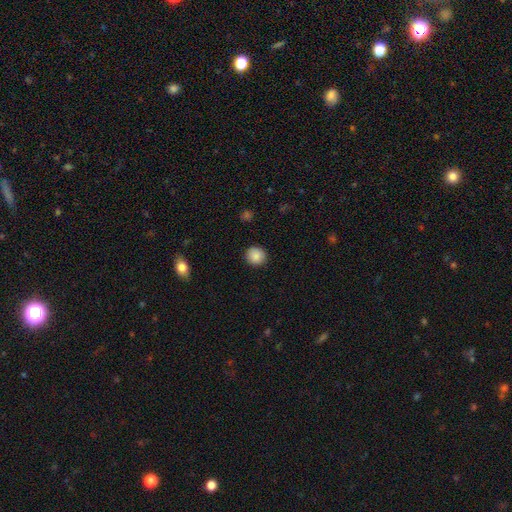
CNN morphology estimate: A smooth galaxy with no disk features (88%) that is round (90%). Merging: none (90%).